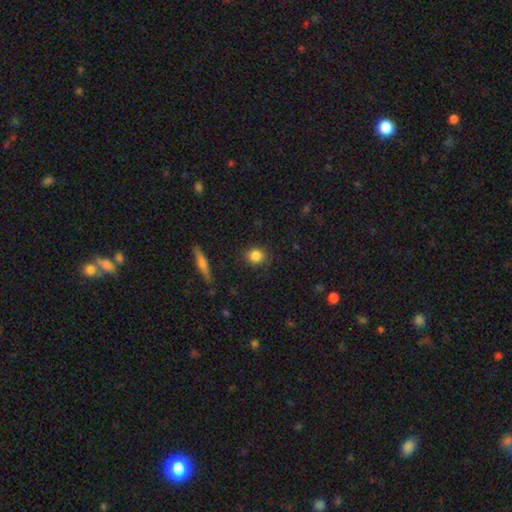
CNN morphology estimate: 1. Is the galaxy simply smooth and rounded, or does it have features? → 85% smooth, 9% star or artifact, 6% featured or disk.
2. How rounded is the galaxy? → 81% round, 17% in between, 2% cigar-shaped.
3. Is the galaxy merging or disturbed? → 84% none, 11% minor disturbance, 3% major disturbance, 2% merger.